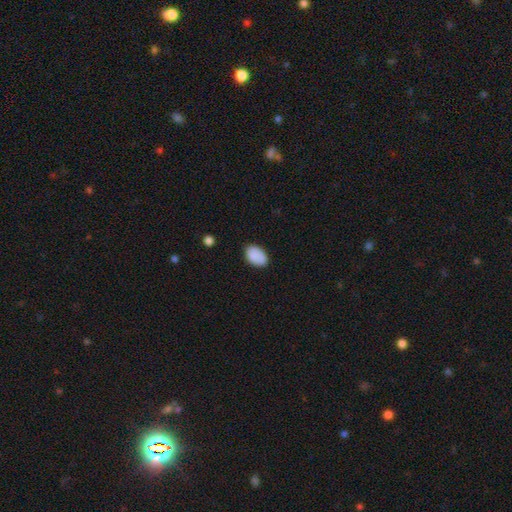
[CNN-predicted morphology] smooth 87%, star or artifact 7%, featured or disk 6%. Down the decision tree: how rounded — in between (91%); merging — none (81%).